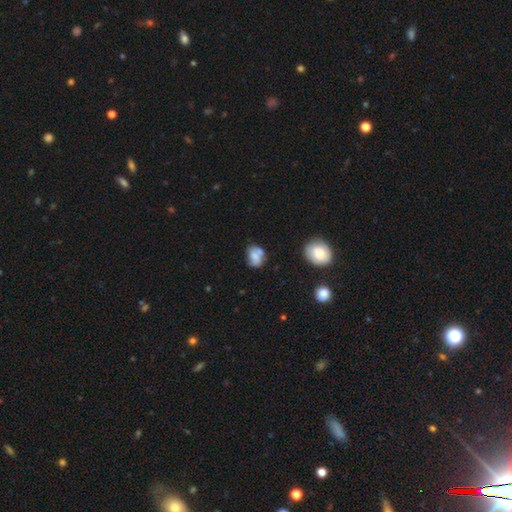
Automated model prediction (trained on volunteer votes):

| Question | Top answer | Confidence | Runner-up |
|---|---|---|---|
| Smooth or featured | smooth | 55% | featured or disk (36%) |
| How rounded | in between | 54% | round (45%) |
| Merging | none | 51% | minor disturbance (24%) |